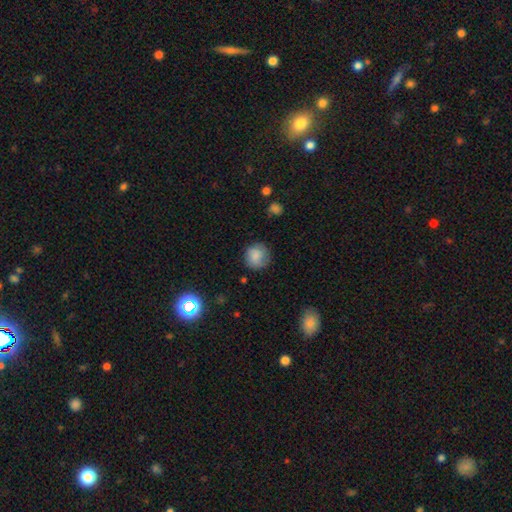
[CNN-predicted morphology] Smooth or featured: smooth — 81% (featured or disk — 10%)
How rounded: round — 89% (in between — 10%)
Merging: none — 77% (minor disturbance — 16%)